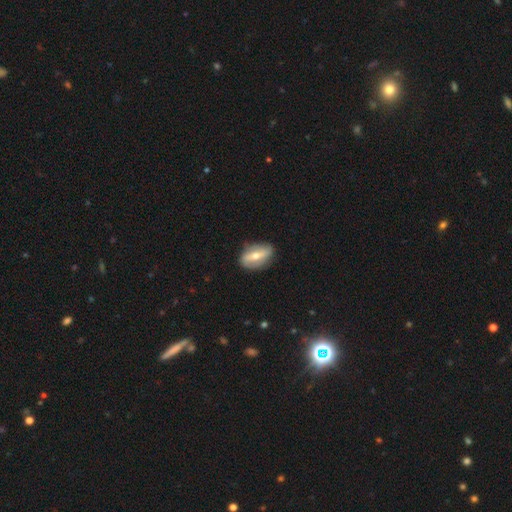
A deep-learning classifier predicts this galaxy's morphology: A featured or disk galaxy (55%).

Vote fractions:
- Smooth or featured? featured or disk: 55% / smooth: 39% / star or artifact: 6%
- Edge-on disk? no: 81% / yes: 19%
- Merging? none: 79% / minor disturbance: 16% / major disturbance: 4% / merger: 1%